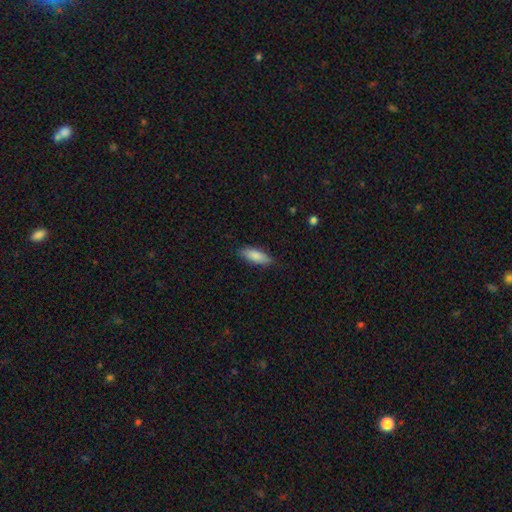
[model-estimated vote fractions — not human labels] Smooth or featured?
  - smooth: 84% *
  - featured or disk: 10%
  - star or artifact: 6%
How rounded?
  - in between: 63% *
  - cigar-shaped: 35%
  - round: 2%
Merging?
  - none: 83% *
  - minor disturbance: 13%
  - major disturbance: 2%
  - merger: 1%